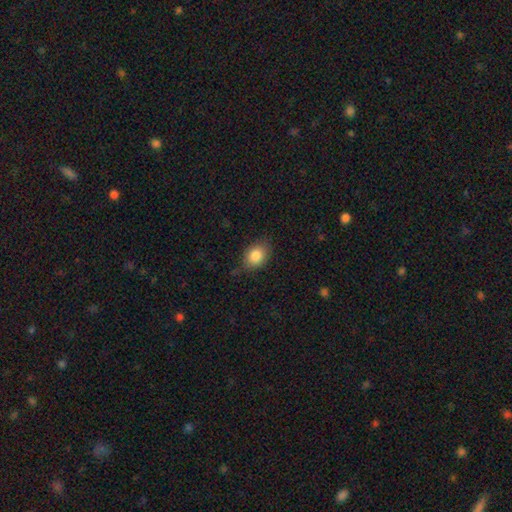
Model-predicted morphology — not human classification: Smooth or featured?
  - smooth: 84% *
  - star or artifact: 8%
  - featured or disk: 8%
How rounded?
  - in between: 68% *
  - round: 30%
  - cigar-shaped: 1%
Merging?
  - none: 69% *
  - minor disturbance: 24%
  - major disturbance: 6%
  - merger: 2%